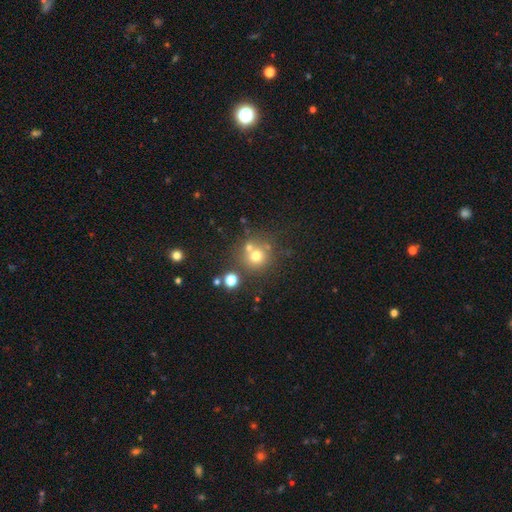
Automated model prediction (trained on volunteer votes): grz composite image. It shows a smooth galaxy with no disk features (68%) that is round (91%). Merging: none (62%).